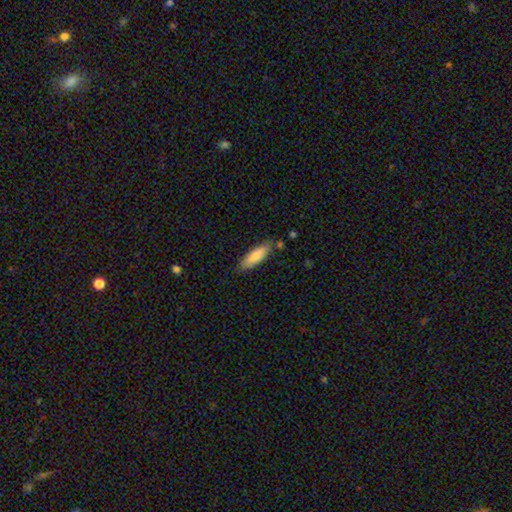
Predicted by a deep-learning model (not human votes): Smooth or featured: smooth — 82% (featured or disk — 13%)
How rounded: in between — 56% (cigar-shaped — 43%)
Merging: none — 79% (minor disturbance — 15%)